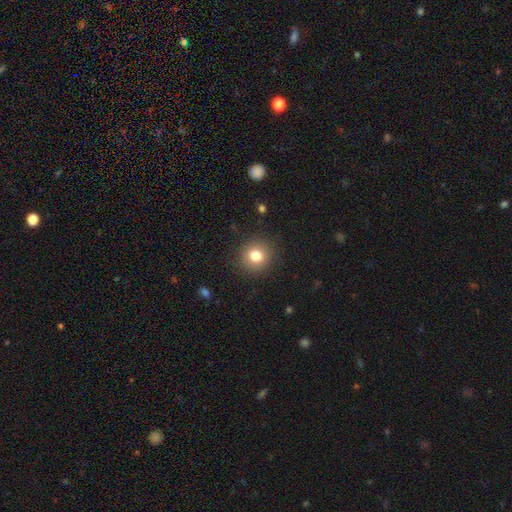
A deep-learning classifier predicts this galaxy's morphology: smooth_or_featured: smooth (p=0.80) [alt: star or artifact p=0.12]
how_rounded: round (p=0.90) [alt: in between p=0.09]
merging: none (p=0.90) [alt: minor disturbance p=0.07]